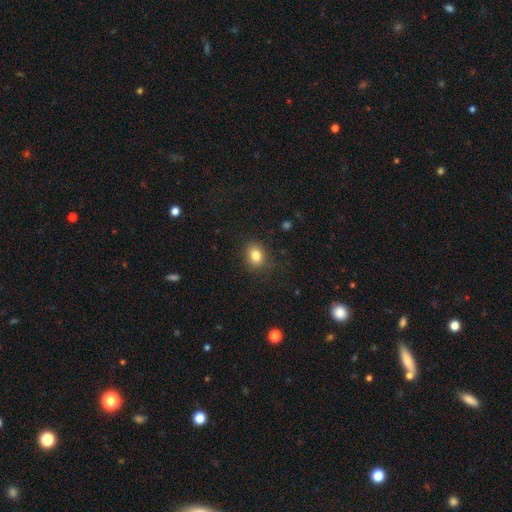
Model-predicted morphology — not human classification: smooth-or-featured: smooth: 82% | star or artifact: 11% | featured or disk: 7%
  how-rounded: round: 56% | in between: 43% | cigar-shaped: 1%
  merging: none: 84% | minor disturbance: 11% | major disturbance: 3% | merger: 1%